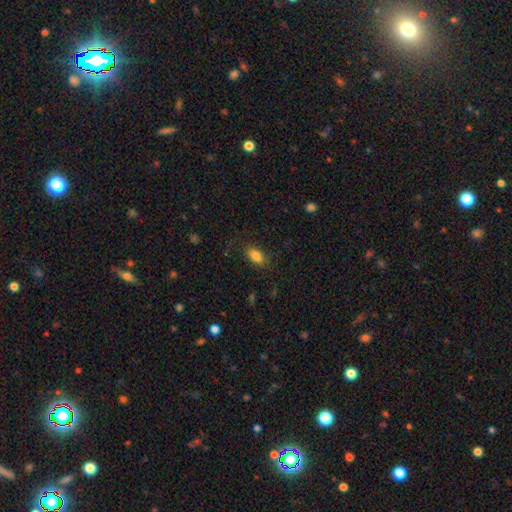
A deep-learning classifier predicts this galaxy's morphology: A smooth galaxy with no disk features (82%) that is in between round and cigar-shaped (89%).

Vote fractions:
- Smooth or featured? smooth: 82% / star or artifact: 9% / featured or disk: 9%
- How rounded? in between: 89% / round: 8% / cigar-shaped: 3%
- Merging? none: 80% / minor disturbance: 14% / major disturbance: 5% / merger: 1%